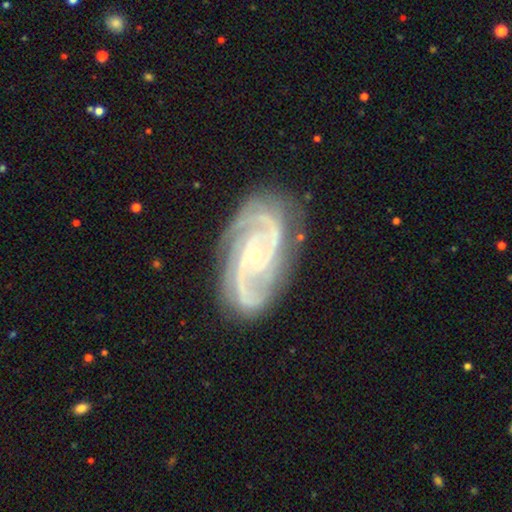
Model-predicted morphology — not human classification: smooth_or_featured: featured or disk (p=0.92) [alt: star or artifact p=0.05]
disk_edge_on: no (p=0.97) [alt: yes p=0.03]
bar: no (p=0.63) [alt: weak p=0.26]
has_spiral_arms: yes (p=0.99) [alt: no p=0.01]
spiral_winding: tight (p=0.50) [alt: medium p=0.43]
spiral_arm_count: 2 (p=0.54) [alt: 3 p=0.25]
bulge_size: small (p=0.77) [alt: moderate p=0.20]
merging: none (p=0.78) [alt: minor disturbance p=0.16]